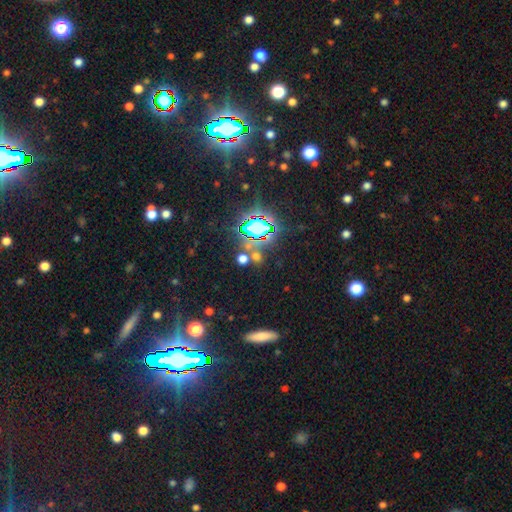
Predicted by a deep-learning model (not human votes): The model was most divided on "smooth or featured": star or artifact: 81%, smooth: 11%, featured or disk: 8%.